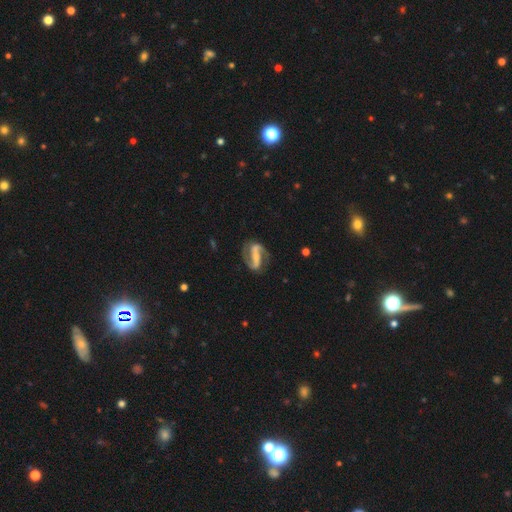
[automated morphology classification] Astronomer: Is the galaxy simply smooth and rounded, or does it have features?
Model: featured or disk — 88%.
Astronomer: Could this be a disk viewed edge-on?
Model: no — 96%.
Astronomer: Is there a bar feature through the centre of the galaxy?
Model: strong — 66%.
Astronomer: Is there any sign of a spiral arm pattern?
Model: yes — 95%.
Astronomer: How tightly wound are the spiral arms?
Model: medium — 46% (runner-up: loose, 35%).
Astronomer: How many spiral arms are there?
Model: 2 — 92%.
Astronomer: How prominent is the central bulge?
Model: small — 41% (runner-up: none, 31%).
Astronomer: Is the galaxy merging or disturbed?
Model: none — 77%.